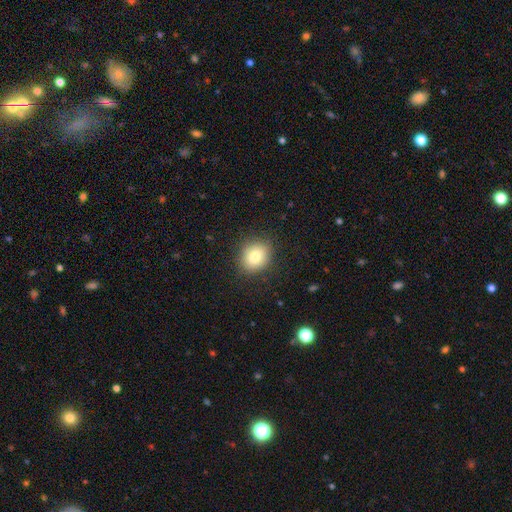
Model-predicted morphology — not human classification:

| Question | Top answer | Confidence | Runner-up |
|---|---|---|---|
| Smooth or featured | smooth | 81% | star or artifact (10%) |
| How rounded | round | 63% | in between (36%) |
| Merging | none | 86% | minor disturbance (10%) |